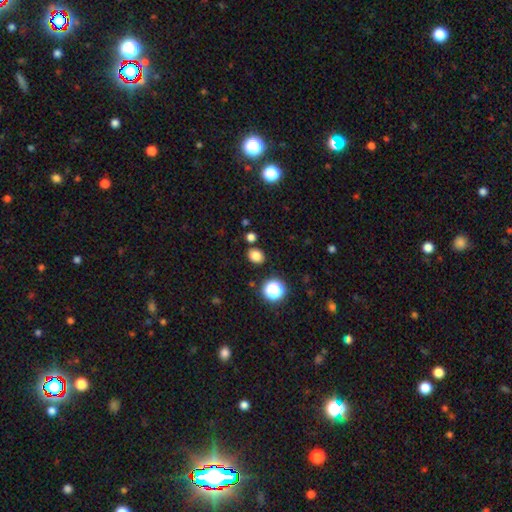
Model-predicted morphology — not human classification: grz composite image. It shows a smooth galaxy with no disk features (81%) that is round (52%). Merging: none (84%).